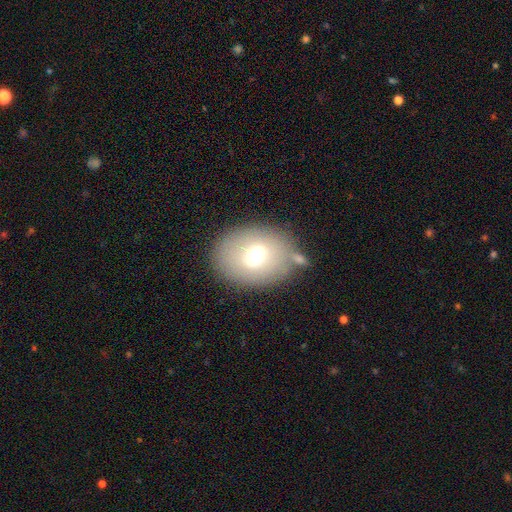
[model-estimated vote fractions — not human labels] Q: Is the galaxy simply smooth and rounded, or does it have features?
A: smooth — 64%.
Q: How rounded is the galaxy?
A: in between — 66%.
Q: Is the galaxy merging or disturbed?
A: none — 70%.